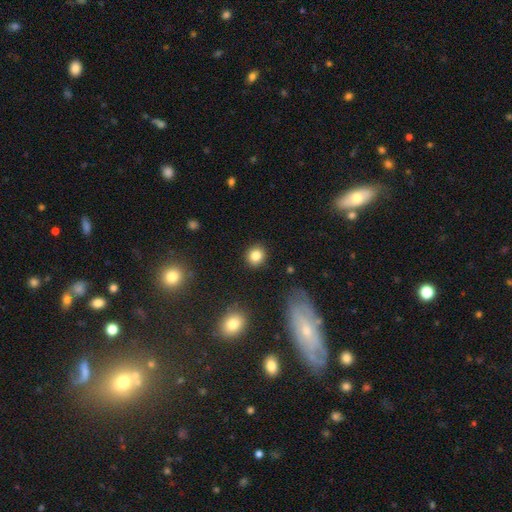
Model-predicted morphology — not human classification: This appears to be a smooth galaxy with no disk features (83%) that is round (85%). Merging: none (89%).